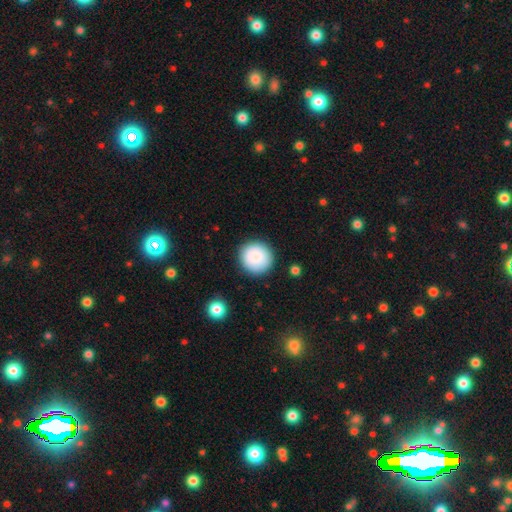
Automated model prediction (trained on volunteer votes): A smooth galaxy with no disk features (88%) that is round (95%).

Vote fractions:
- Smooth or featured? smooth: 88% / star or artifact: 7% / featured or disk: 5%
- How rounded? round: 95% / in between: 4% / cigar-shaped: 1%
- Merging? none: 90% / minor disturbance: 7% / major disturbance: 2% / merger: 1%